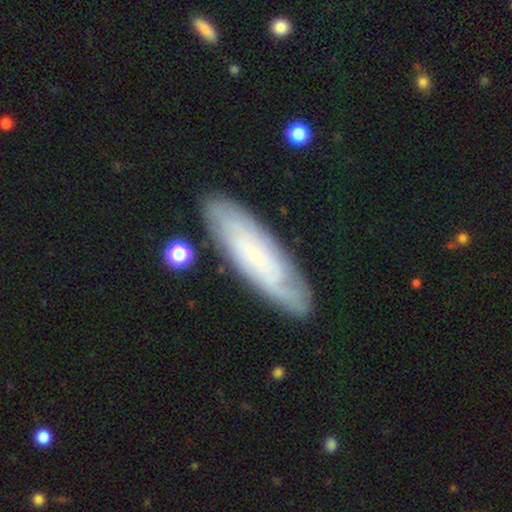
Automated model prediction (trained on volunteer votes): Smooth or featured? featured or disk (61%)
Edge-on disk? no (77%)
Merging? none (83%)